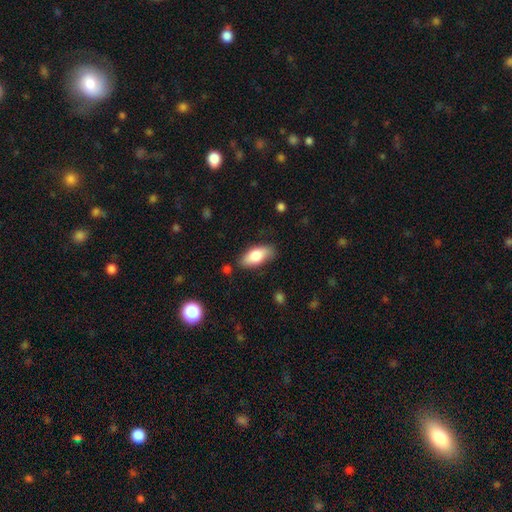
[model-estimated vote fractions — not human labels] This is likely a smooth galaxy (79%). How rounded: clearly in between (85%). Merging: clearly none (81%).